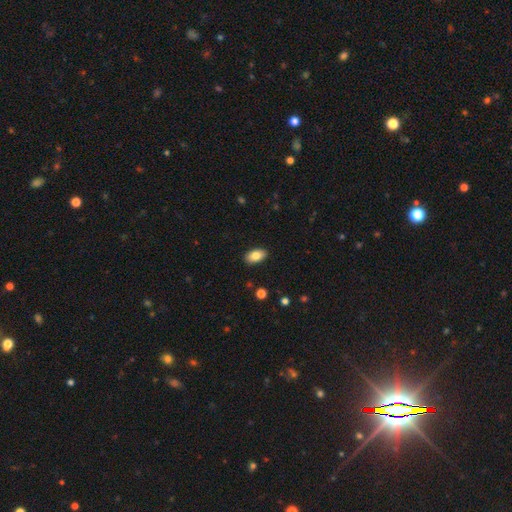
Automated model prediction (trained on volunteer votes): smooth-or-featured: smooth: 84% | featured or disk: 9% | star or artifact: 7%
  how-rounded: in between: 93% | round: 5% | cigar-shaped: 2%
  merging: none: 88% | minor disturbance: 9% | major disturbance: 2% | merger: 1%